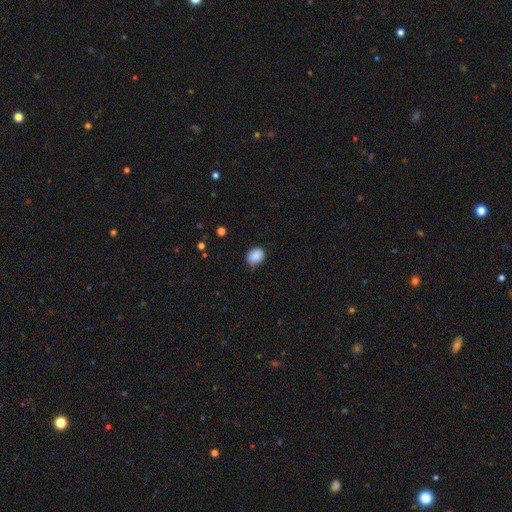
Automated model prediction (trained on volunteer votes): smooth-or-featured: smooth: 87% | star or artifact: 8% | featured or disk: 5%
  how-rounded: in between: 52% | round: 47% | cigar-shaped: 1%
  merging: none: 73% | minor disturbance: 22% | major disturbance: 4% | merger: 1%